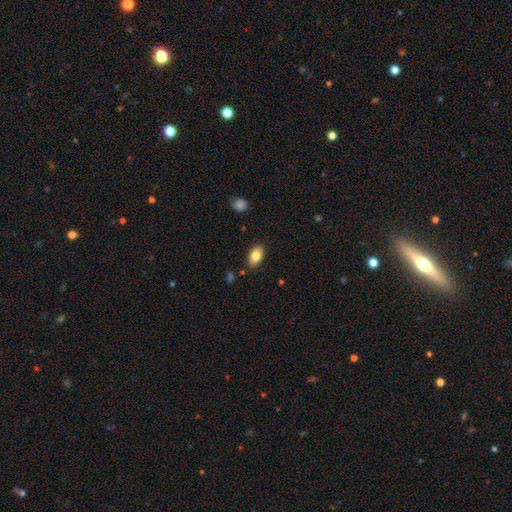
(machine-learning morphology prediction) The model was most divided on "smooth or featured": smooth: 81%, featured or disk: 11%, star or artifact: 8%. More confident: how rounded — in between (91%); merging — none (86%).